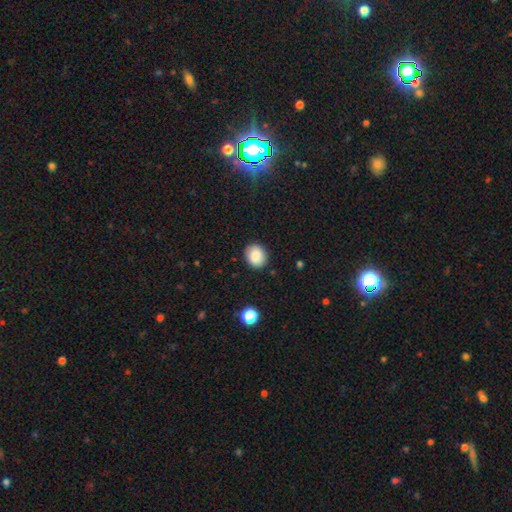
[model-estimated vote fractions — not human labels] A smooth galaxy with no disk features (86%) that is round (66%).

Vote fractions:
- Smooth or featured? smooth: 86% / star or artifact: 8% / featured or disk: 5%
- How rounded? round: 66% / in between: 33% / cigar-shaped: 1%
- Merging? none: 87% / minor disturbance: 9% / major disturbance: 2% / merger: 1%